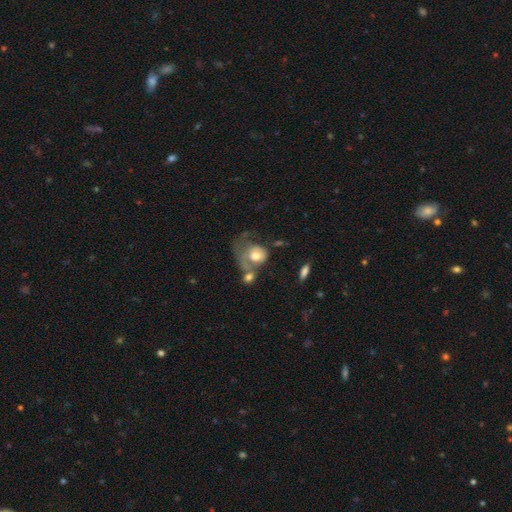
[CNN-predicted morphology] Overall: smooth (58%; featured or disk 34%). How rounded: round (54%; in between 45%). Merging: major disturbance (38%; merger 33%).